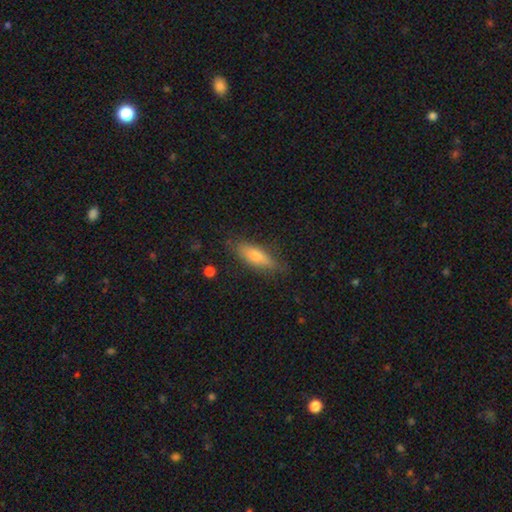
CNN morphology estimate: Smooth or featured? smooth (69%)
How rounded? in between (50%)
Merging? none (81%)